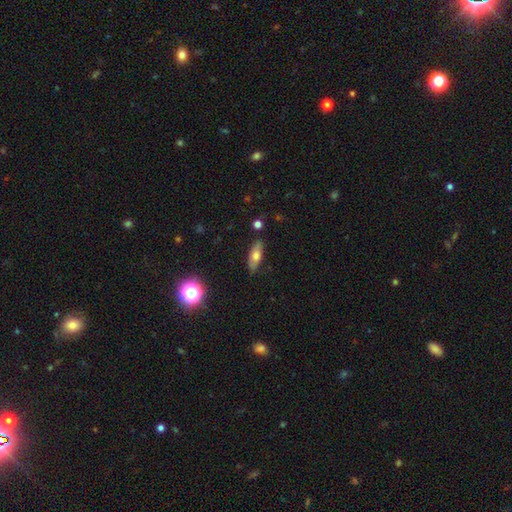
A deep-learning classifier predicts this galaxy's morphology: smooth-or-featured: smooth: 65% | featured or disk: 27% | star or artifact: 8%
  how-rounded: in between: 68% | cigar-shaped: 28% | round: 4%
  merging: none: 83% | minor disturbance: 12% | major disturbance: 2% | merger: 2%